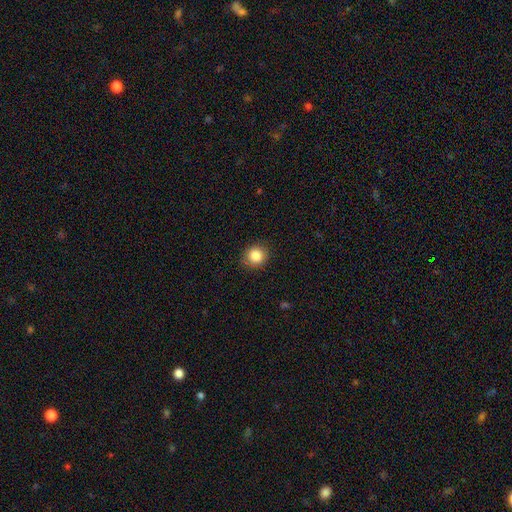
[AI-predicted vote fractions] This appears to be a smooth galaxy with no disk features (85%) that is round (87%). Merging: none (88%).